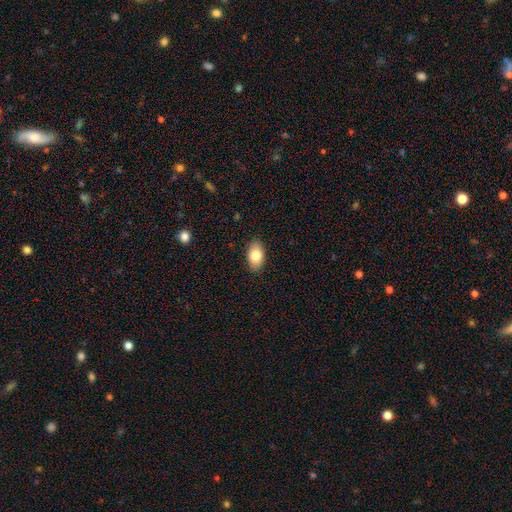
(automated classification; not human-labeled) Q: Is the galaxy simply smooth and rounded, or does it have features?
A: smooth — 83%.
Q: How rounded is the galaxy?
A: in between — 92%.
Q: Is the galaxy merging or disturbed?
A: none — 88%.